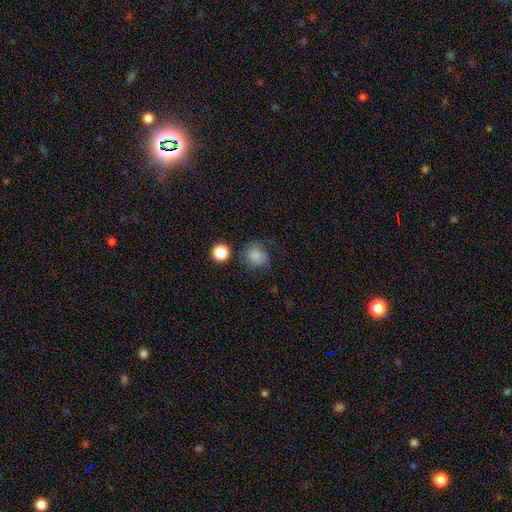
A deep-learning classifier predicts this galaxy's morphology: A smooth galaxy with no disk features (81%) that is round (80%).

Vote fractions:
- Smooth or featured? smooth: 81% / star or artifact: 12% / featured or disk: 7%
- How rounded? round: 80% / in between: 19% / cigar-shaped: 1%
- Merging? none: 66% / minor disturbance: 20% / major disturbance: 9% / merger: 5%